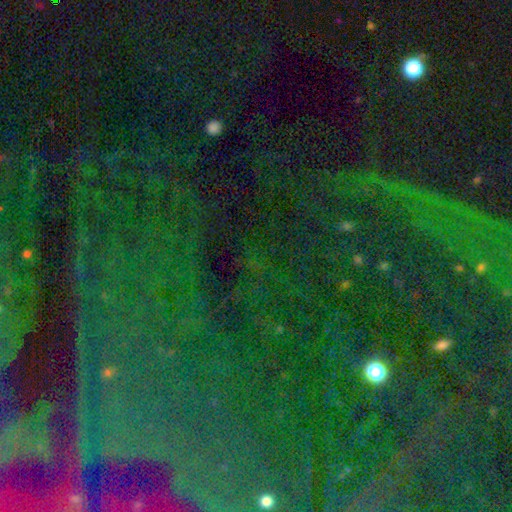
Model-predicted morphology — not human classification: A star or artifact, not a galaxy (79%).